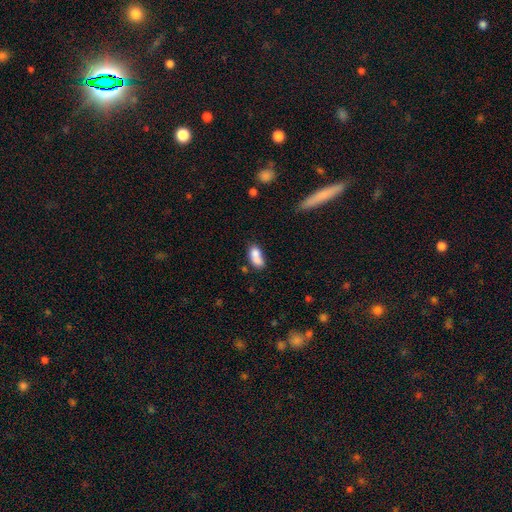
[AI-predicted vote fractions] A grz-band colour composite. It shows a smooth galaxy with no disk features (76%) that is in between round and cigar-shaped (82%). Merging: merger (39%).